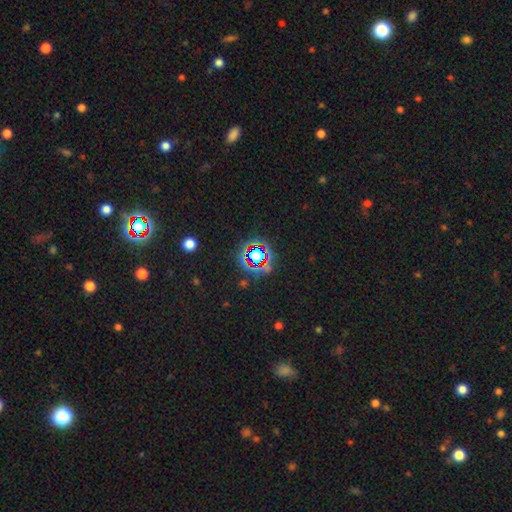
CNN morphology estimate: Overall: star or artifact (67%).